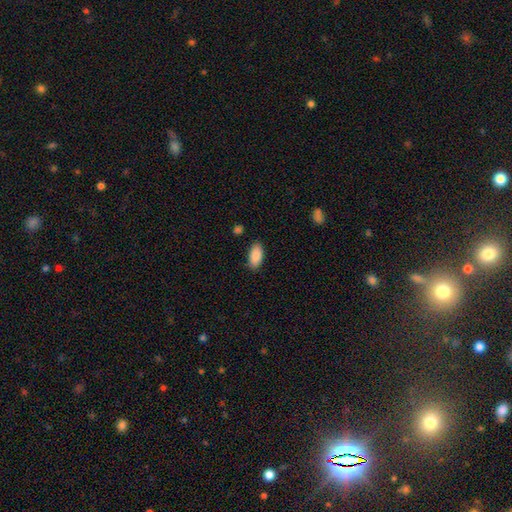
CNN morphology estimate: Overall: smooth (89%). How rounded: in between (92%). Merging: none (85%).